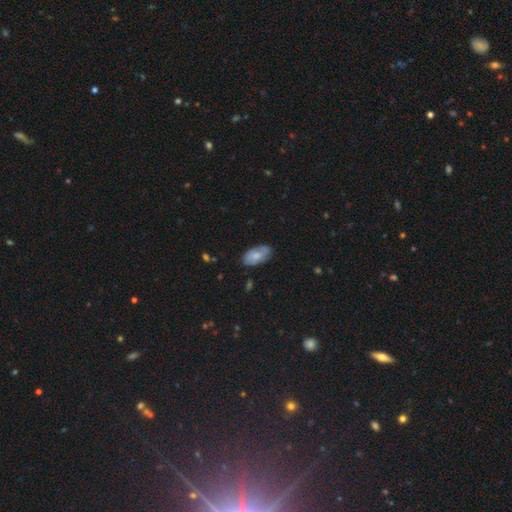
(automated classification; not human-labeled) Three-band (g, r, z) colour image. It shows a smooth galaxy with no disk features (64%) that is in between round and cigar-shaped (94%). Merging: none (71%).